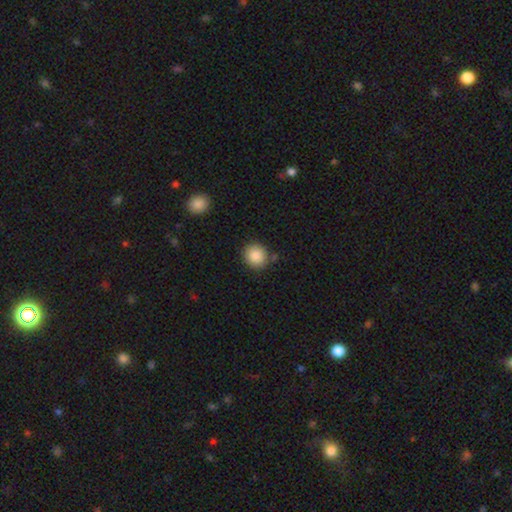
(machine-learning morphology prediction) A smooth galaxy with no disk features (87%) that is round (88%).

Vote fractions:
- Smooth or featured? smooth: 87% / star or artifact: 8% / featured or disk: 5%
- How rounded? round: 88% / in between: 11% / cigar-shaped: 1%
- Merging? none: 84% / minor disturbance: 9% / merger: 5% / major disturbance: 3%